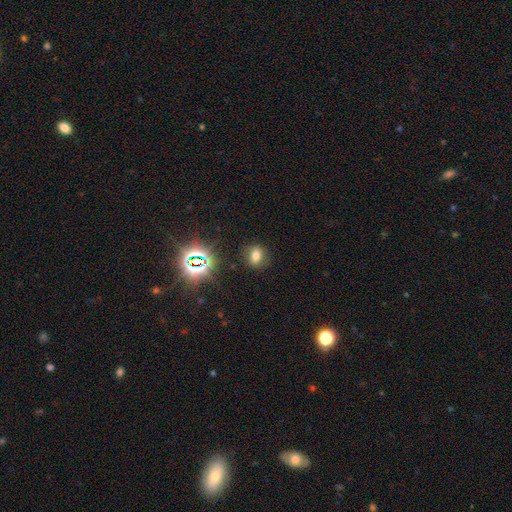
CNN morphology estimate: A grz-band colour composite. It shows a smooth galaxy with no disk features (66%) that is in between round and cigar-shaped (51%). Merging: none (86%).